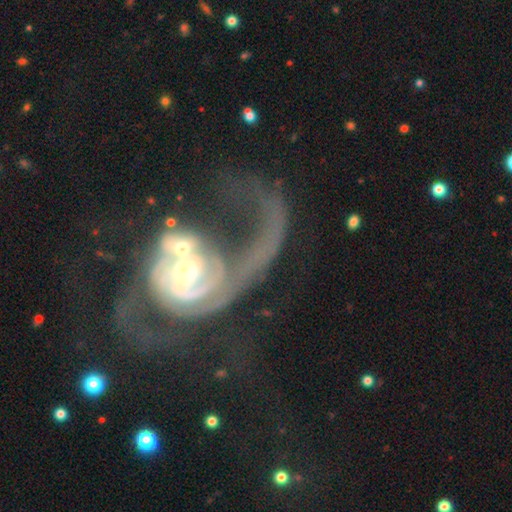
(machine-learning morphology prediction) This is clearly a featured or disk galaxy (83%). It is clearly not viewed edge-on (97%). Bar: likely no (70%). Spiral arm pattern: clearly yes (85%). Spiral arm count: marginally 1 (38%). Spiral winding: marginally loose (44%). Central bulge: possibly small (48%). Merging: marginally major disturbance (43%).